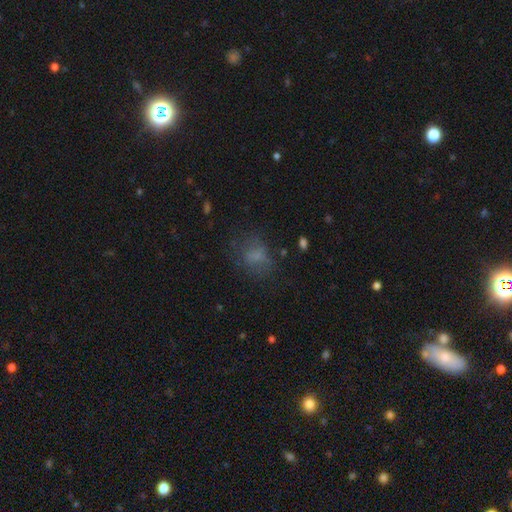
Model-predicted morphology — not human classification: Overall: smooth (65%). How rounded: in between (55%; round 43%). Merging: none (58%; minor disturbance 21%).